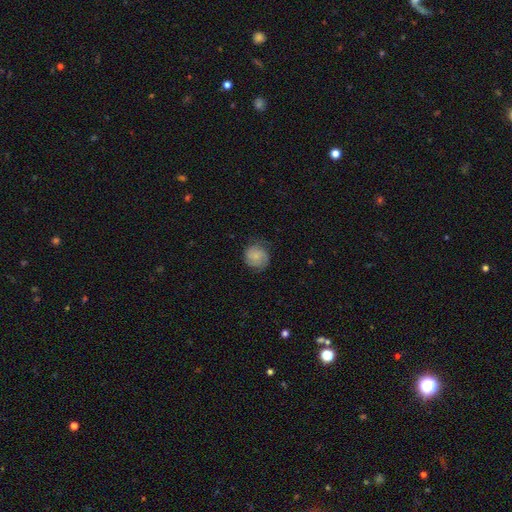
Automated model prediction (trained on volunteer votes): This is likely a smooth galaxy (64%). How rounded: clearly round (84%). Merging: likely none (66%).